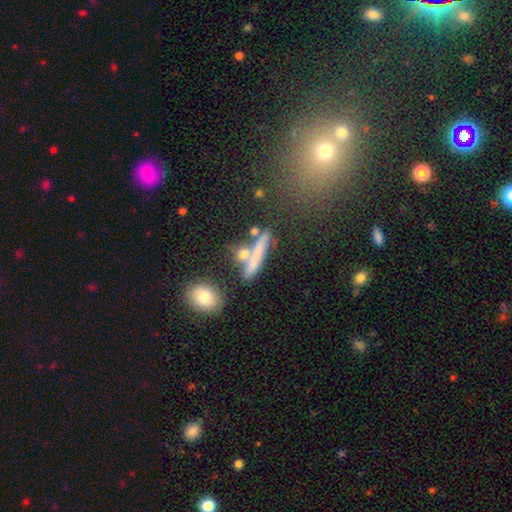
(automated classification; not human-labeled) smooth 58%, featured or disk 31%, star or artifact 12%. Down the decision tree: how rounded — cigar-shaped (80%); merging — none (65%).